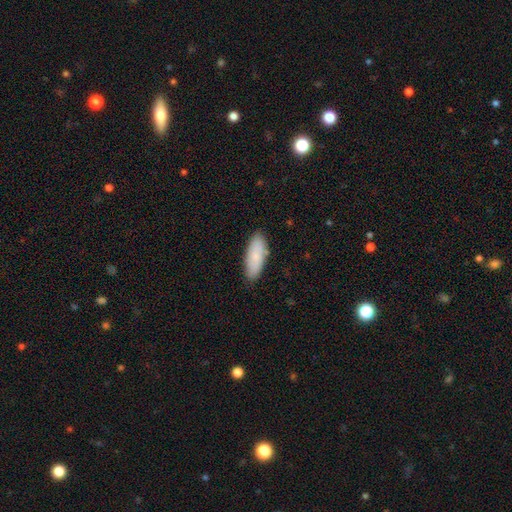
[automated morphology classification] smooth 82%, featured or disk 12%, star or artifact 6%. Down the decision tree: how rounded — in between (74%); merging — none (84%).